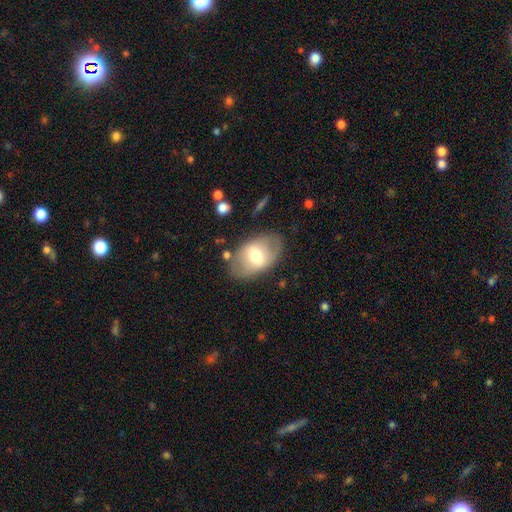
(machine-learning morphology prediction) smooth-or-featured: smooth: 51% | featured or disk: 42% | star or artifact: 7%
  how-rounded: in between: 87% | round: 11% | cigar-shaped: 2%
  merging: none: 76% | minor disturbance: 15% | major disturbance: 6% | merger: 3%